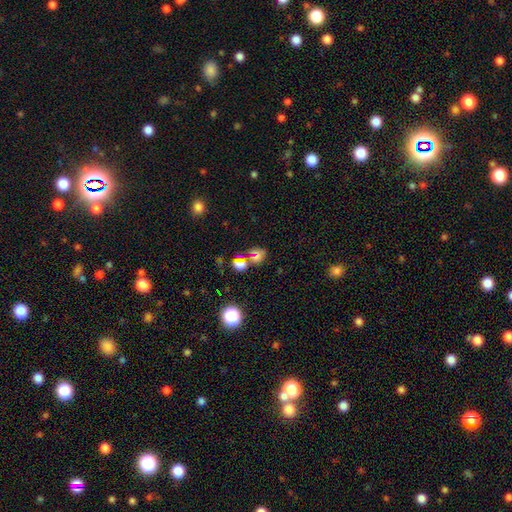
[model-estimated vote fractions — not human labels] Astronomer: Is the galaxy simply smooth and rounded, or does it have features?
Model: smooth — 54% (runner-up: star or artifact, 32%).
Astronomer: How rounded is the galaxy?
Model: round — 55% (runner-up: in between, 43%).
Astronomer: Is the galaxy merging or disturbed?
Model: none — 52% (runner-up: merger, 27%).